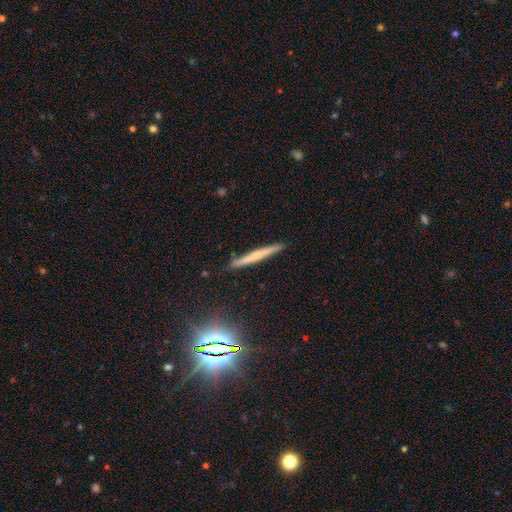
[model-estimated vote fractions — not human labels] smooth-or-featured: smooth: 46% | featured or disk: 44% | star or artifact: 10%
  merging: none: 89% | minor disturbance: 8% | major disturbance: 2% | merger: 1%